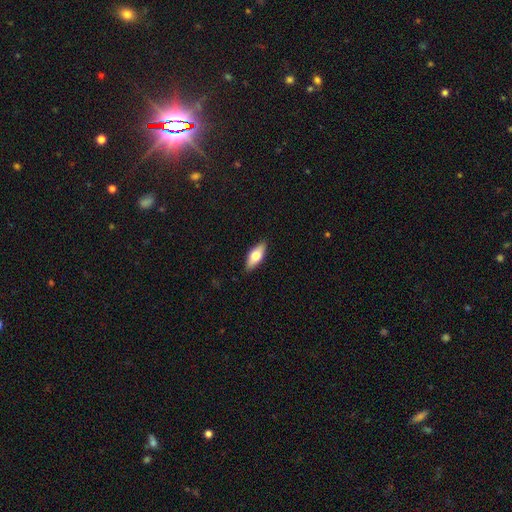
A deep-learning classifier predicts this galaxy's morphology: Smooth or featured?
  - smooth: 62% *
  - featured or disk: 32%
  - star or artifact: 6%
How rounded?
  - in between: 75% *
  - cigar-shaped: 22%
  - round: 3%
Merging?
  - none: 88% *
  - minor disturbance: 9%
  - major disturbance: 2%
  - merger: 1%